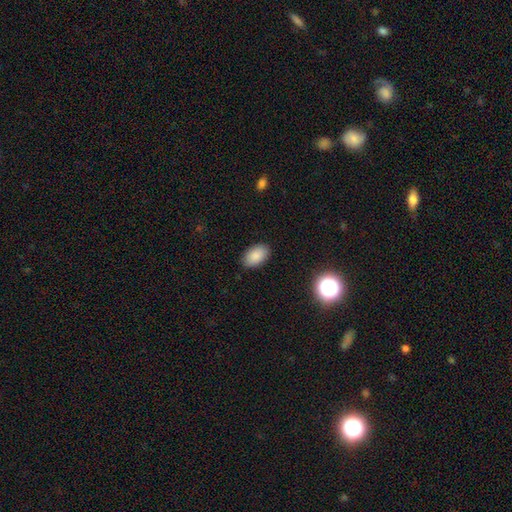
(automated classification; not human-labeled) This is clearly a smooth galaxy (87%). How rounded: clearly in between (92%). Merging: clearly none (88%).